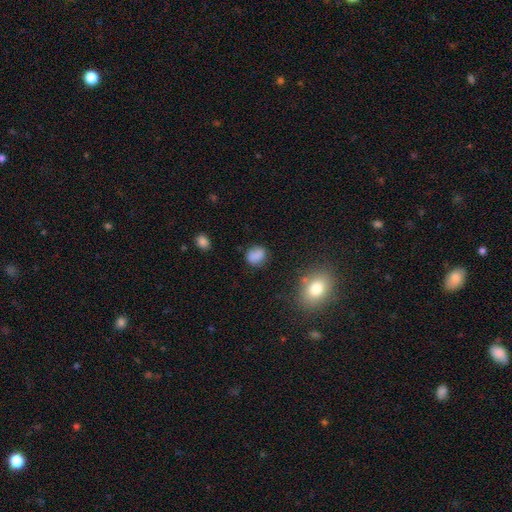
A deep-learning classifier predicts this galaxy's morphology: This appears to be a smooth galaxy with no disk features (81%) that is round (56%). Merging: none (72%).